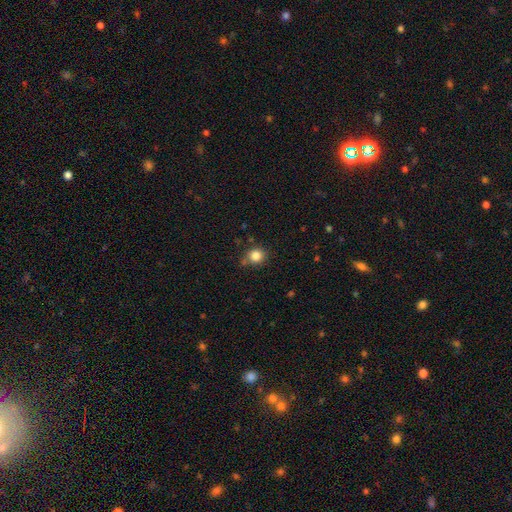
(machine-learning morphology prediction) Overall: smooth (84%). How rounded: round (83%). Merging: none (72%).